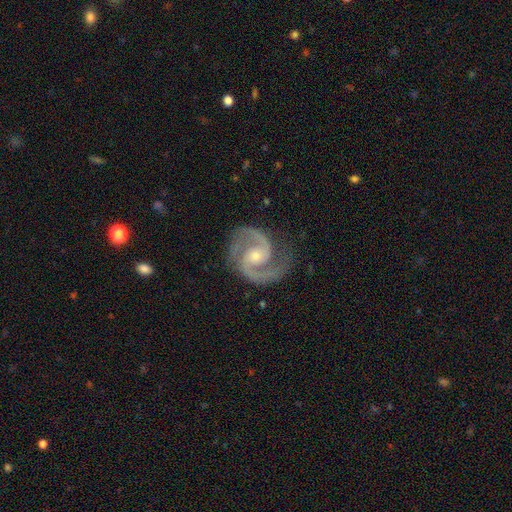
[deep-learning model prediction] Q: Smooth or featured?
A: featured or disk (94%); runner-up: star or artifact (4%)
Q: Edge-on disk?
A: no (98%); runner-up: yes (2%)
Q: Bar?
A: no (52%); runner-up: weak (37%)
Q: Spiral arms?
A: yes (99%); runner-up: no (1%)
Q: Spiral winding?
A: medium (65%); runner-up: tight (26%)
Q: Spiral arm count?
A: 2 (94%); runner-up: 3 (2%)
Q: Bulge size?
A: small (51%); runner-up: moderate (44%)
Q: Merging?
A: none (82%); runner-up: minor disturbance (13%)